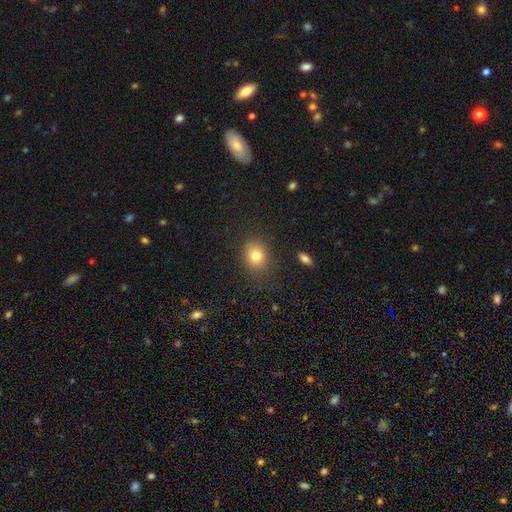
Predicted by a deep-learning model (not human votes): This is clearly a smooth galaxy (81%). How rounded: possibly in between (50%). Merging: clearly none (80%).